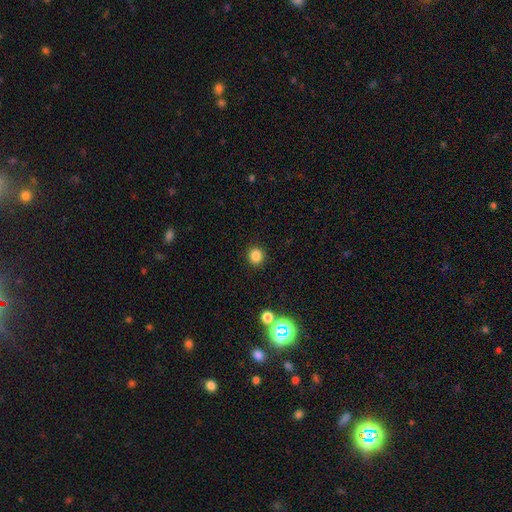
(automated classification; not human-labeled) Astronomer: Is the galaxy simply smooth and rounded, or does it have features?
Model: smooth — 83%.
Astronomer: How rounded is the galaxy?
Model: round — 91%.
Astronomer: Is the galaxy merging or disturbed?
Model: none — 91%.